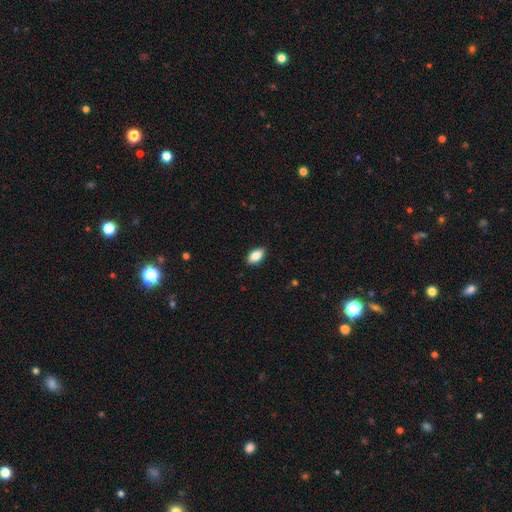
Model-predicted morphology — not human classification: Smooth or featured?
  - smooth: 83% *
  - featured or disk: 10%
  - star or artifact: 7%
How rounded?
  - in between: 90% *
  - cigar-shaped: 5%
  - round: 5%
Merging?
  - none: 87% *
  - minor disturbance: 10%
  - major disturbance: 2%
  - merger: 1%